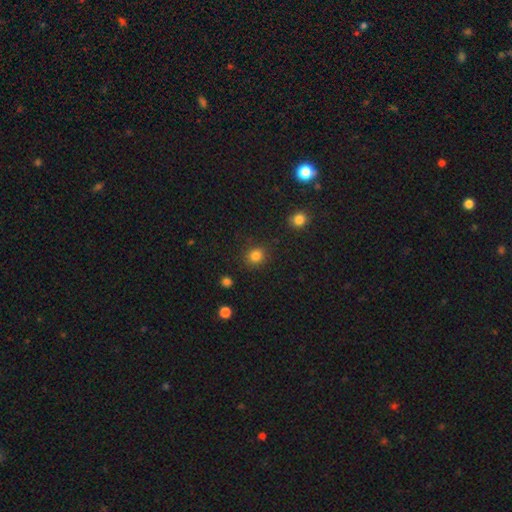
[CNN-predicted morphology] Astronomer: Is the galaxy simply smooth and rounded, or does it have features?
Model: smooth — 83%.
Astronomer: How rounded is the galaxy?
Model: round — 81%.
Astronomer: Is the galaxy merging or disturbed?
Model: none — 87%.